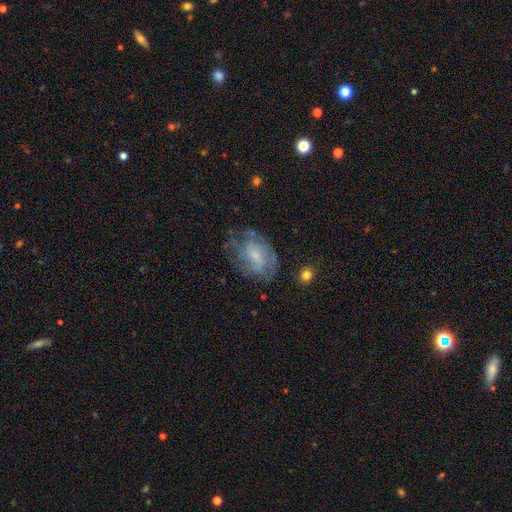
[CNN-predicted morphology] Smooth or featured?
  - featured or disk: 56% *
  - smooth: 35%
  - star or artifact: 9%
Edge-on disk?
  - no: 96% *
  - yes: 4%
Bar?
  - no: 56% *
  - weak: 38%
  - strong: 6%
Spiral arms?
  - yes: 67% *
  - no: 33%
Bulge size?
  - small: 54% *
  - moderate: 27%
  - none: 15%
  - large: 3%
  - dominant: 1%
Merging?
  - none: 57% *
  - minor disturbance: 25%
  - major disturbance: 15%
  - merger: 2%